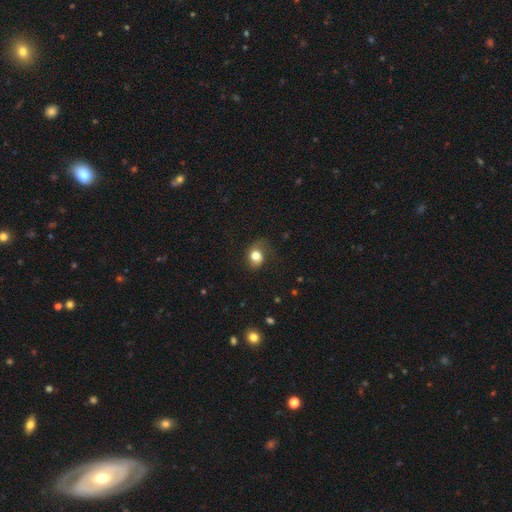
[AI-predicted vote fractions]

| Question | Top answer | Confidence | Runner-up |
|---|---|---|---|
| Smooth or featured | smooth | 76% | featured or disk (14%) |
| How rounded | round | 58% | in between (41%) |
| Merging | none | 54% | minor disturbance (26%) |